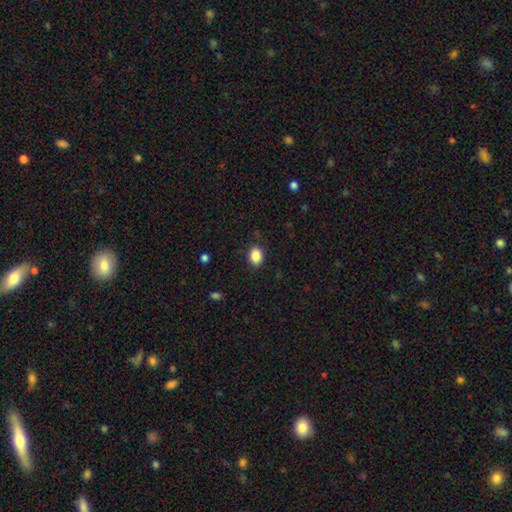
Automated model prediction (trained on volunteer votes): Morphology: type=smooth (87%); roundness=in between (62%); merging=none (86%).